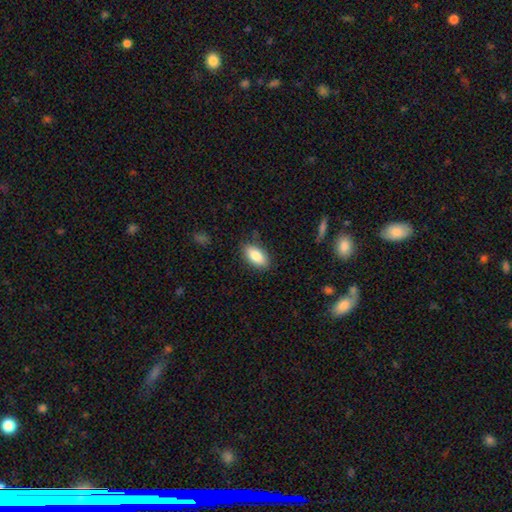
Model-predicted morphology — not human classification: This is clearly a smooth galaxy (85%). How rounded: clearly in between (91%). Merging: clearly none (84%).